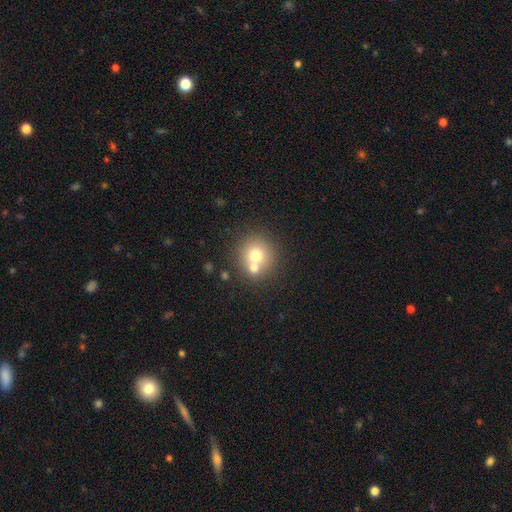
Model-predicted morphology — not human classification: Smooth or featured? smooth (69%)
How rounded? round (89%)
Merging? none (49%)